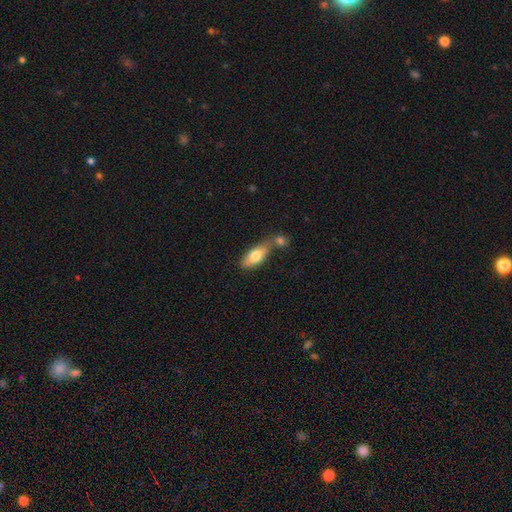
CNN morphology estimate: Smooth or featured?
  - smooth: 74% *
  - featured or disk: 20%
  - star or artifact: 6%
How rounded?
  - in between: 78% *
  - cigar-shaped: 19%
  - round: 3%
Merging?
  - none: 43% *
  - merger: 38%
  - minor disturbance: 14%
  - major disturbance: 5%